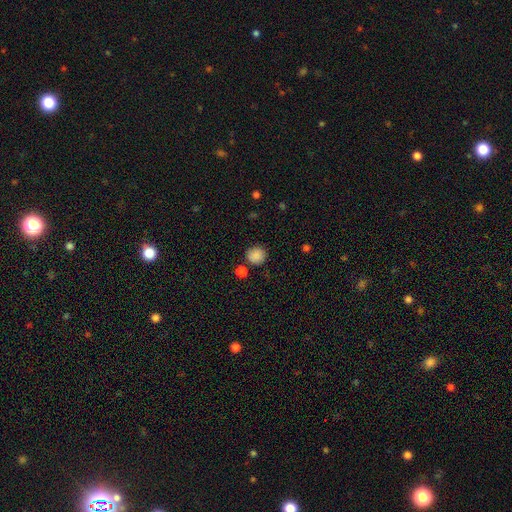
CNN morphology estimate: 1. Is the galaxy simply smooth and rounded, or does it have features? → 87% smooth, 9% star or artifact, 4% featured or disk.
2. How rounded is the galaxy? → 88% round, 11% in between, 1% cigar-shaped.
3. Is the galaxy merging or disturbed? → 79% none, 11% minor disturbance, 7% merger, 3% major disturbance.